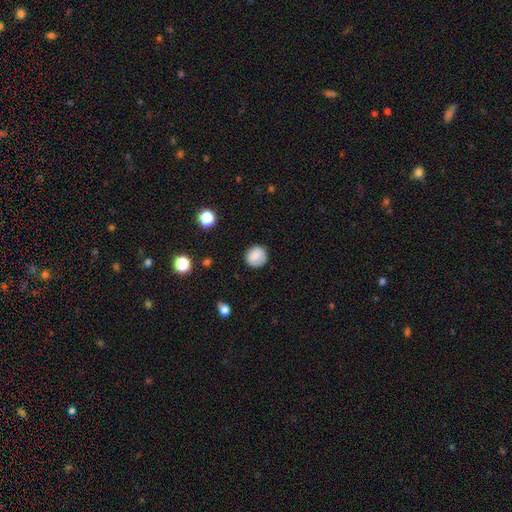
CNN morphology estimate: Smooth or featured?
  - smooth: 85% *
  - star or artifact: 9%
  - featured or disk: 7%
How rounded?
  - round: 89% *
  - in between: 10%
  - cigar-shaped: 1%
Merging?
  - none: 86% *
  - minor disturbance: 10%
  - major disturbance: 3%
  - merger: 1%